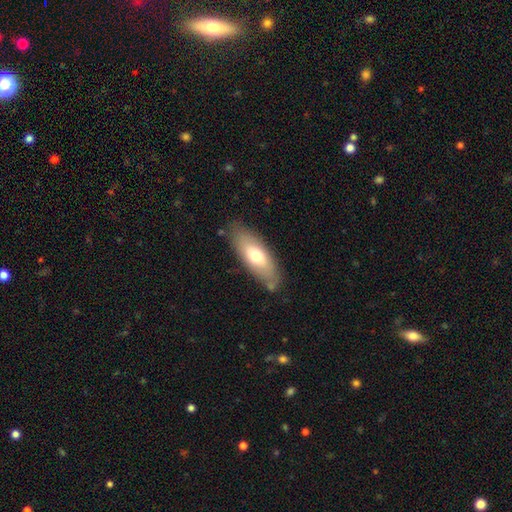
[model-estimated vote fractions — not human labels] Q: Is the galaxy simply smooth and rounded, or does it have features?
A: smooth — 64%.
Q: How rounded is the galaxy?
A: in between — 72%.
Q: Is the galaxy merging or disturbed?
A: none — 78%.